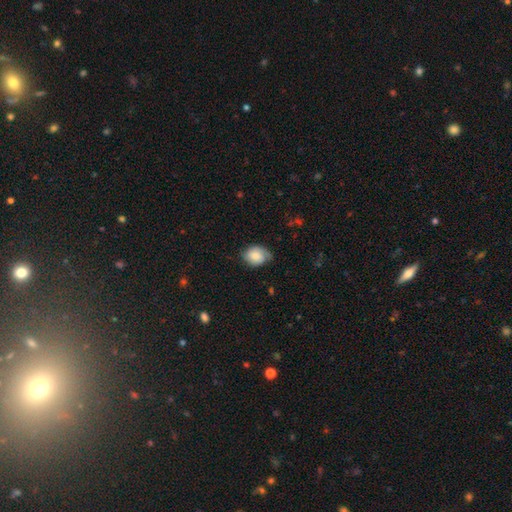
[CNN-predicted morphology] This appears to be a smooth galaxy with no disk features (72%) that is in between round and cigar-shaped (61%). Merging: none (60%).